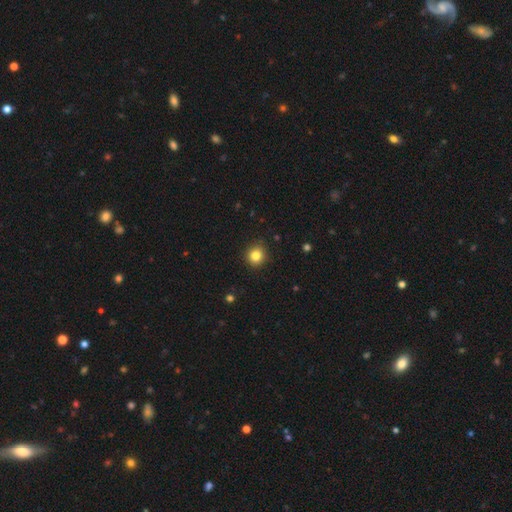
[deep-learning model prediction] A smooth galaxy with no disk features (83%) that is round (90%).

Vote fractions:
- Smooth or featured? smooth: 83% / star or artifact: 12% / featured or disk: 6%
- How rounded? round: 90% / in between: 9% / cigar-shaped: 1%
- Merging? none: 90% / minor disturbance: 7% / major disturbance: 2% / merger: 1%